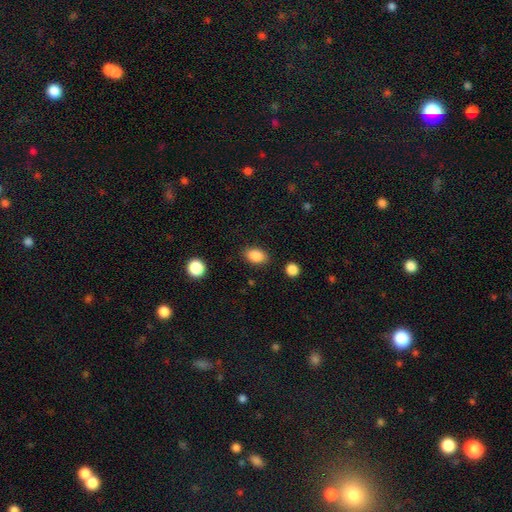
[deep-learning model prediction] smooth-or-featured: smooth: 88% | star or artifact: 8% | featured or disk: 4%
  how-rounded: in between: 85% | round: 14% | cigar-shaped: 2%
  merging: none: 85% | minor disturbance: 10% | major disturbance: 3% | merger: 2%